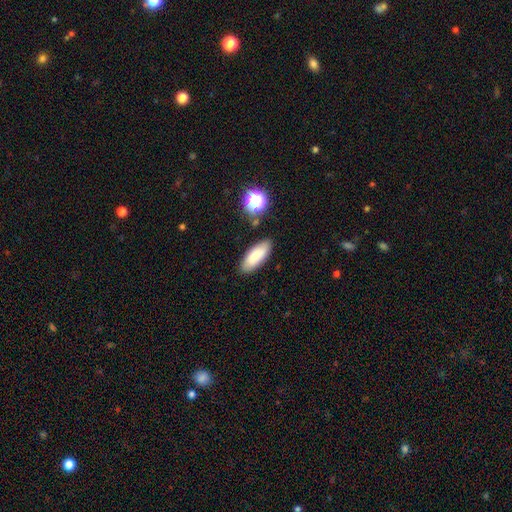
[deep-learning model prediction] Overall: smooth (81%). How rounded: in between (77%). Merging: none (84%).